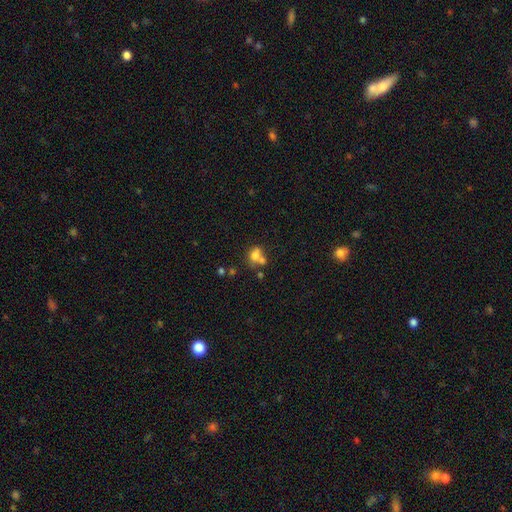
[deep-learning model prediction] Overall: smooth (71%). How rounded: in between (55%; round 44%). Merging: merger (45%; none 35%).